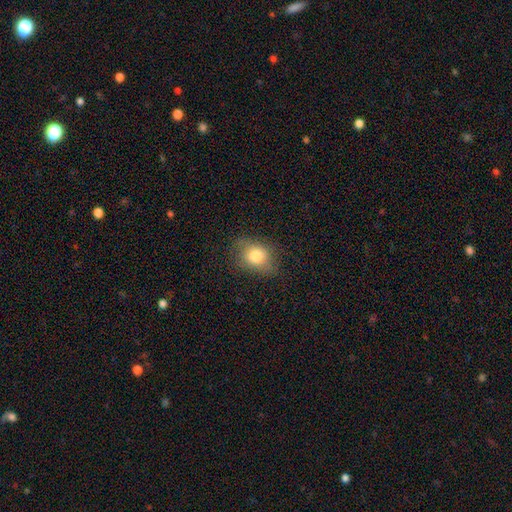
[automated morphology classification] Smooth or featured?
  - smooth: 78% *
  - featured or disk: 13%
  - star or artifact: 10%
How rounded?
  - in between: 62% *
  - round: 36%
  - cigar-shaped: 2%
Merging?
  - none: 69% *
  - minor disturbance: 22%
  - major disturbance: 7%
  - merger: 1%